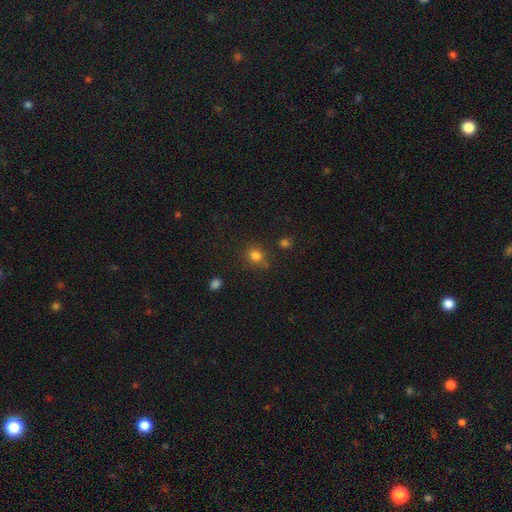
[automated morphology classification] Q: Smooth or featured?
A: smooth (80%); runner-up: star or artifact (15%)
Q: How rounded?
A: round (84%); runner-up: in between (15%)
Q: Merging?
A: none (74%); runner-up: minor disturbance (15%)